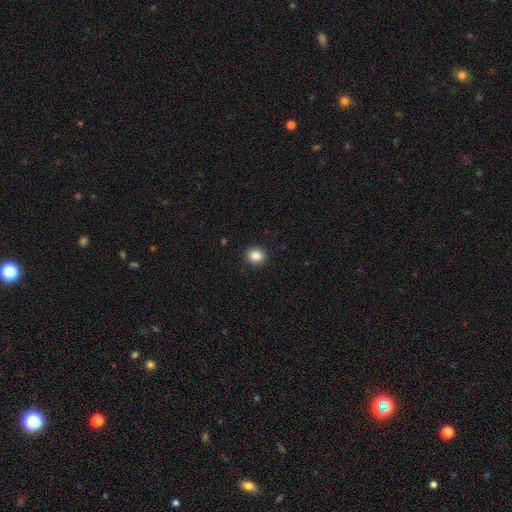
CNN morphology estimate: smooth-or-featured: smooth: 86% | star or artifact: 10% | featured or disk: 4%
  how-rounded: round: 85% | in between: 14% | cigar-shaped: 1%
  merging: none: 92% | minor disturbance: 5% | major disturbance: 2% | merger: 1%